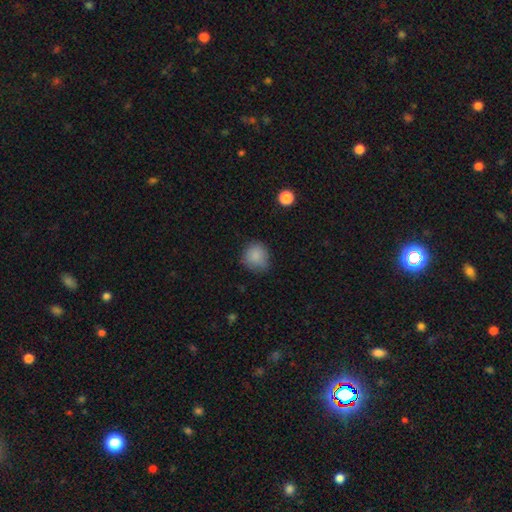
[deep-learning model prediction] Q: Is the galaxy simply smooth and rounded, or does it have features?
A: smooth — 86%.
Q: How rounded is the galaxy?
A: round — 83%.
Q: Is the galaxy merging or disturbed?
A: none — 73%.